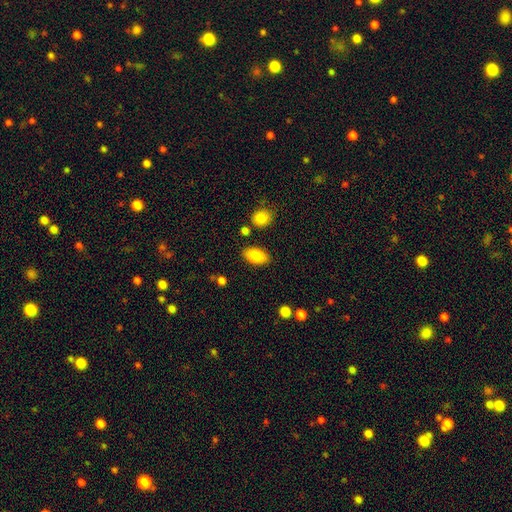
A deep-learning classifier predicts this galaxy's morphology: Smooth or featured?
  - smooth: 83% *
  - featured or disk: 10%
  - star or artifact: 7%
How rounded?
  - in between: 93% *
  - round: 5%
  - cigar-shaped: 2%
Merging?
  - none: 86% *
  - minor disturbance: 9%
  - merger: 3%
  - major disturbance: 2%